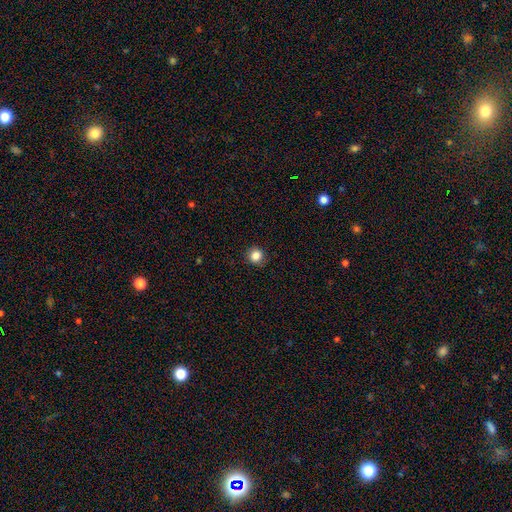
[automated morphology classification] smooth-or-featured: smooth: 85% | star or artifact: 11% | featured or disk: 5%
  how-rounded: round: 89% | in between: 10% | cigar-shaped: 1%
  merging: none: 87% | minor disturbance: 9% | major disturbance: 2% | merger: 1%